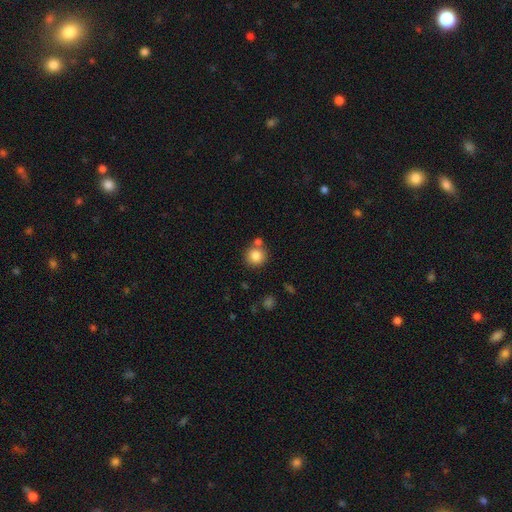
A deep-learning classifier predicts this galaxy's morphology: A smooth galaxy with no disk features (83%) that is round (93%). Merging: none (70%).